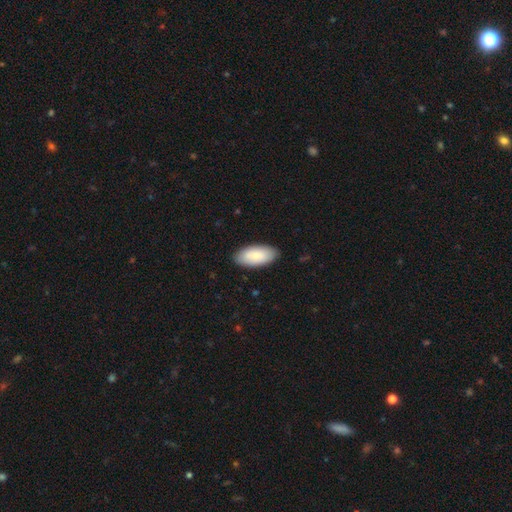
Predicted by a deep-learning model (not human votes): smooth 84%, featured or disk 11%, star or artifact 5%. Down the decision tree: how rounded — in between (93%); merging — none (87%).